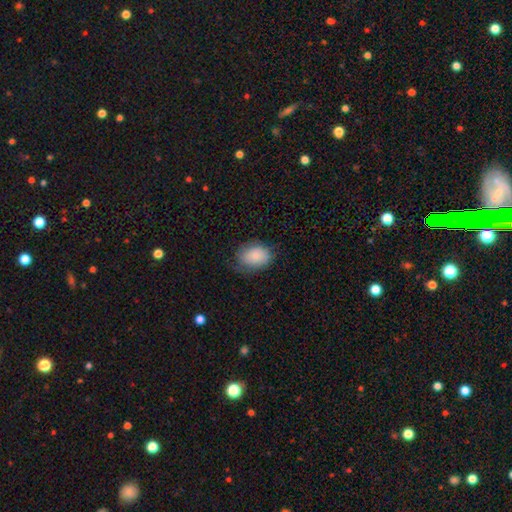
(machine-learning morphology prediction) A smooth galaxy with no disk features (83%) that is in between round and cigar-shaped (74%).

Vote fractions:
- Smooth or featured? smooth: 83% / featured or disk: 10% / star or artifact: 7%
- How rounded? in between: 74% / round: 25% / cigar-shaped: 1%
- Merging? none: 62% / minor disturbance: 27% / major disturbance: 9% / merger: 1%